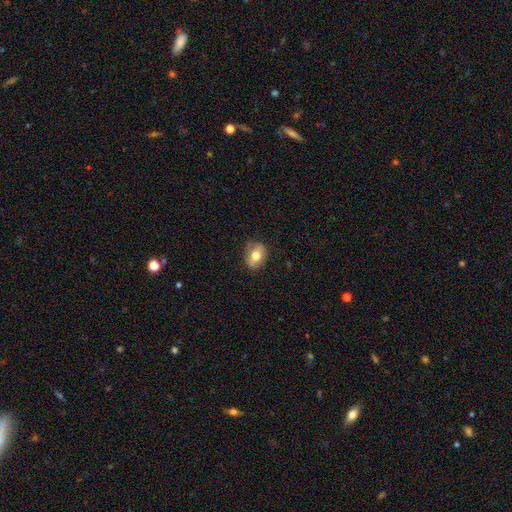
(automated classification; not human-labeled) This appears to be a smooth galaxy with no disk features (66%) that is in between round and cigar-shaped (67%). Merging: none (78%).